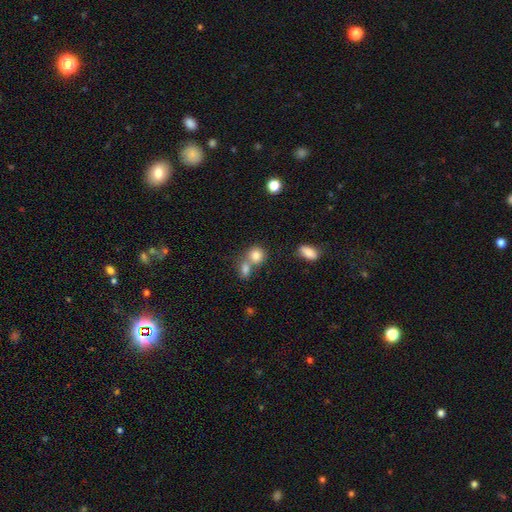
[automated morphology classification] A smooth galaxy with no disk features (82%) that is round (71%). Merging: merger (49%).